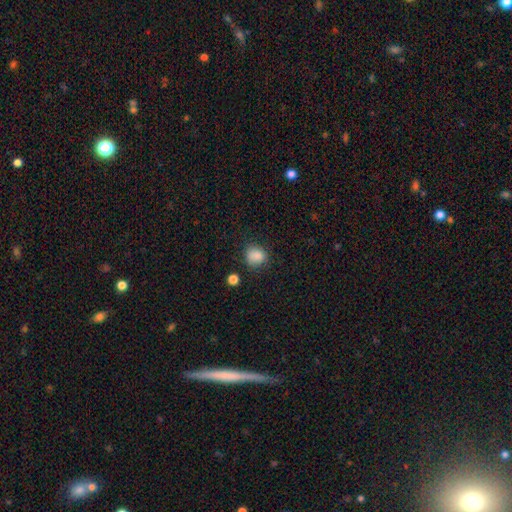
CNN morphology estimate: Overall: smooth (84%). How rounded: round (71%). Merging: none (71%).